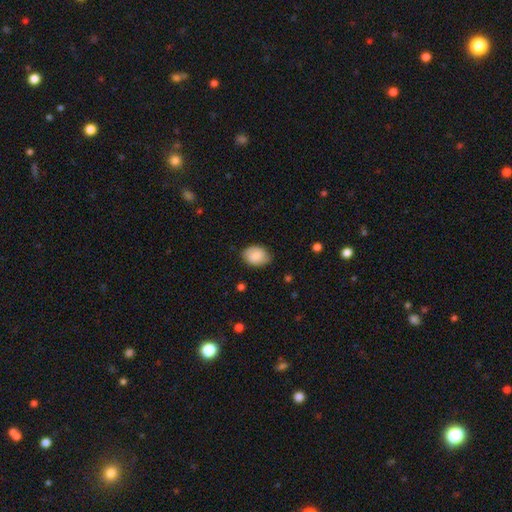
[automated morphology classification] type=smooth (82%); roundness=in between (77%); merging=none (76%).